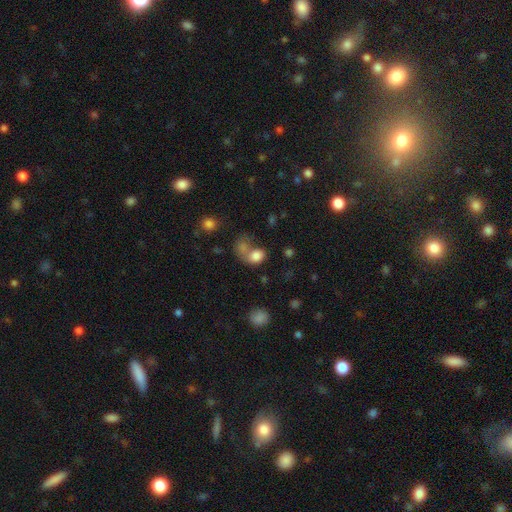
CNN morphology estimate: Q: Smooth or featured?
A: smooth (81%); runner-up: star or artifact (11%)
Q: How rounded?
A: in between (57%); runner-up: round (42%)
Q: Merging?
A: merger (45%); runner-up: none (32%)